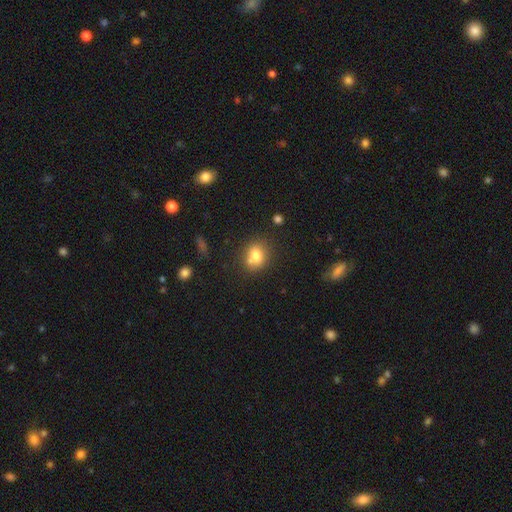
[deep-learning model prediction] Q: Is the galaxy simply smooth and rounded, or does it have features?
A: smooth — 76%.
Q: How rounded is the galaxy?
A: round — 58%.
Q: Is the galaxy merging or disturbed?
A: none — 56%.